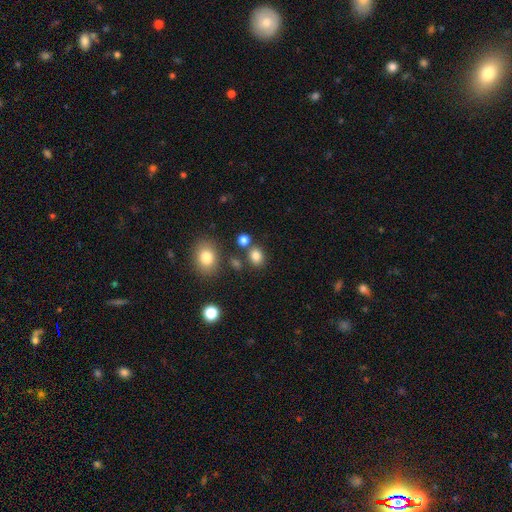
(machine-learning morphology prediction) Q: Smooth or featured?
A: smooth (82%); runner-up: star or artifact (13%)
Q: How rounded?
A: round (58%); runner-up: in between (41%)
Q: Merging?
A: none (75%); runner-up: merger (11%)